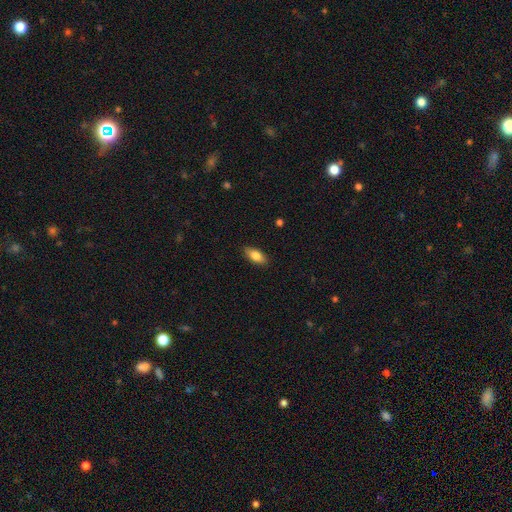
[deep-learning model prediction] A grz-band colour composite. It shows a smooth galaxy with no disk features (81%) that is in between round and cigar-shaped (84%). Merging: none (88%).